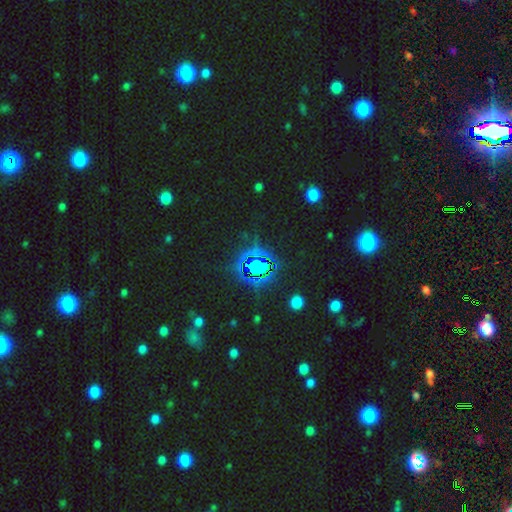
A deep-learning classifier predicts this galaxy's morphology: This appears to be a star or artifact, not a galaxy (80%).